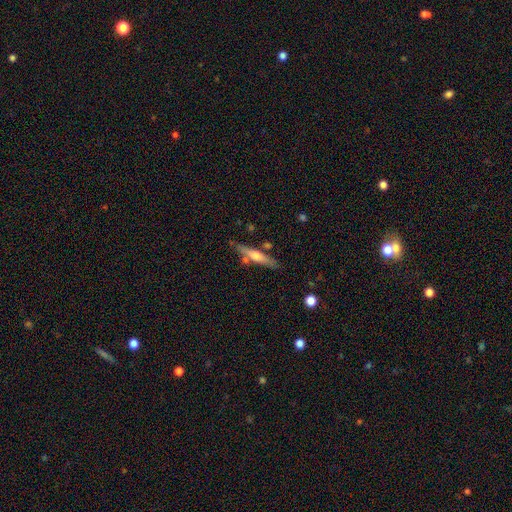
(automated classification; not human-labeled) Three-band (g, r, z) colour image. It shows a featured or disk galaxy (56%) viewed edge-on (94%) with a rounded central bulge (79%). Merging: none (79%).